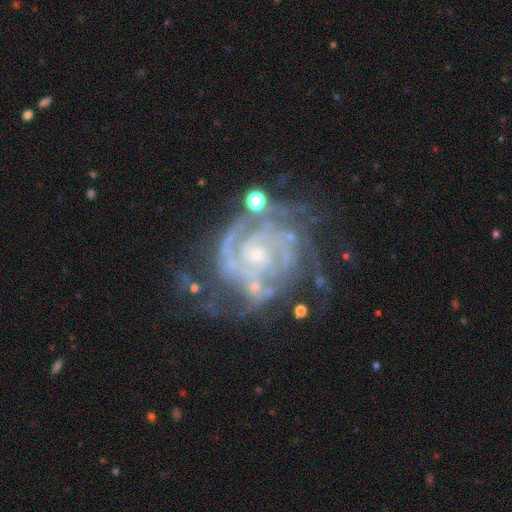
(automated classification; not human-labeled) Overall: featured or disk (90%). Edge-on disk: no (98%). Bar: no (67%). Spiral arms: yes (98%). Spiral arm count: 2 (37%; 3 24%). Spiral winding: tight (72%). Bulge size: small (67%). Merging: none (59%; minor disturbance 22%).